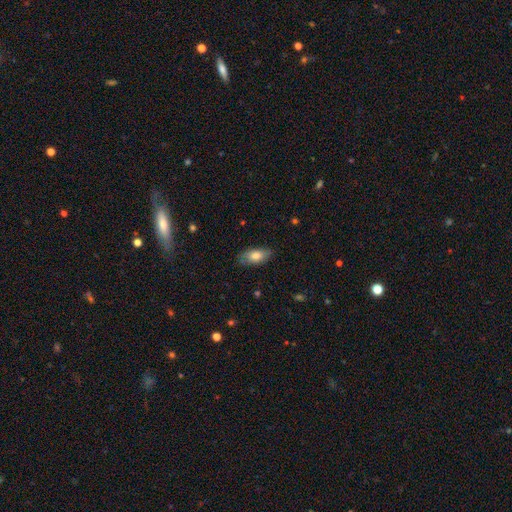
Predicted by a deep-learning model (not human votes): smooth 75%, featured or disk 19%, star or artifact 7%. Down the decision tree: how rounded — in between (89%); merging — none (79%).